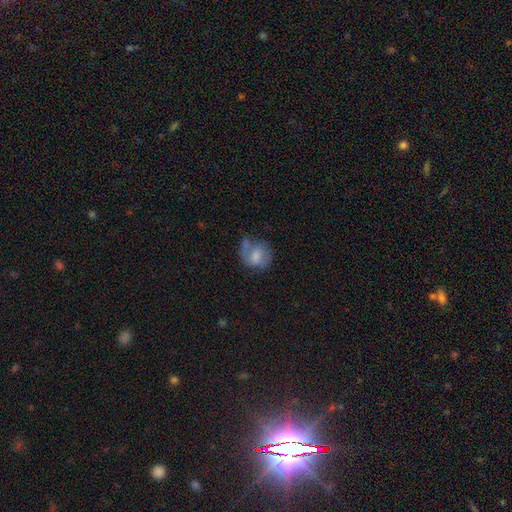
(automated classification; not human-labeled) Q: Smooth or featured?
A: smooth (62%); runner-up: featured or disk (30%)
Q: How rounded?
A: round (62%); runner-up: in between (37%)
Q: Merging?
A: none (41%); runner-up: minor disturbance (27%)